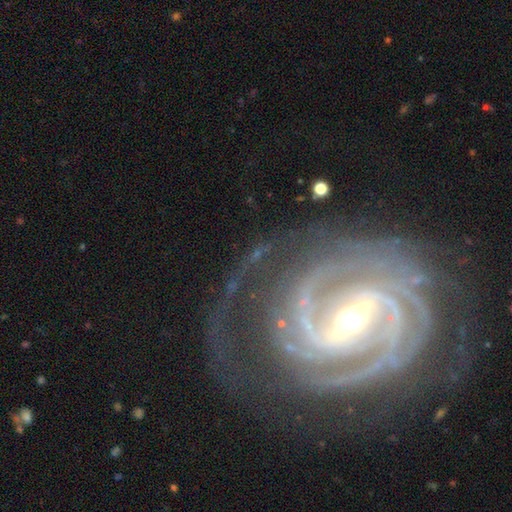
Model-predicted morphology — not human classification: Smooth or featured: featured or disk — 80% (star or artifact — 12%)
Edge-on disk: no — 94% (yes — 6%)
Bar: strong — 43% (weak — 31%)
Spiral arms: yes — 89% (no — 11%)
Spiral winding: tight — 43% (medium — 38%)
Spiral arm count: 2 — 41% (can't tell — 19%)
Bulge size: moderate — 45% (small — 41%)
Merging: none — 60% (major disturbance — 20%)